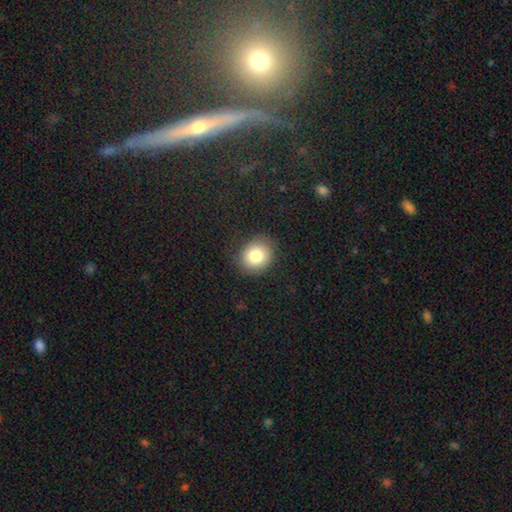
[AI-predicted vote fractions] Morphology: type=smooth (80%); roundness=round (74%); merging=none (86%).